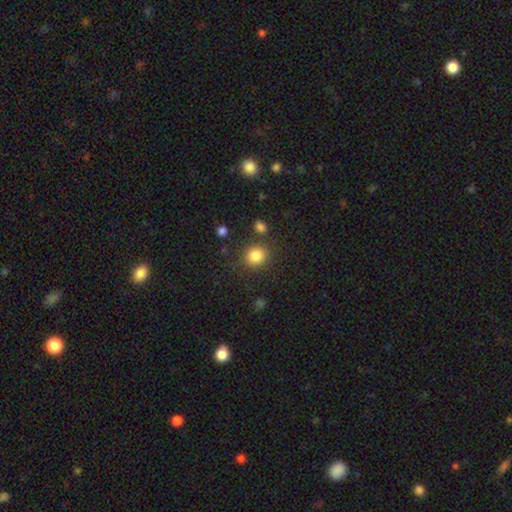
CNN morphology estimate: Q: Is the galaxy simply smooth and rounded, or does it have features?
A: smooth — 84%.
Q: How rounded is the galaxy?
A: round — 86%.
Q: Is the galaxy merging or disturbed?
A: none — 81%.